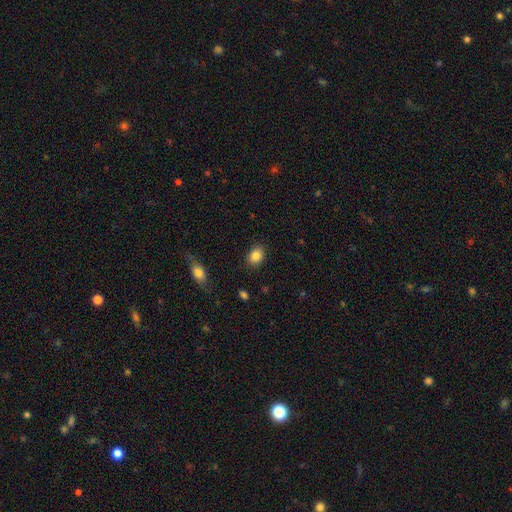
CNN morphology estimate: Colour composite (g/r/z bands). It shows a smooth galaxy with no disk features (85%) that is in between round and cigar-shaped (56%). Merging: none (87%).